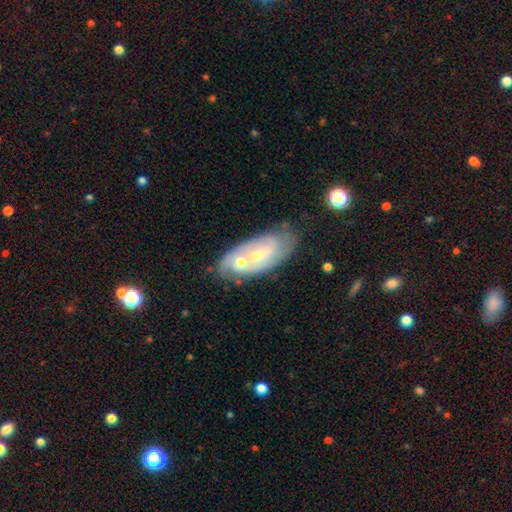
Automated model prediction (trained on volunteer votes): The model was most divided on "bulge size": small: 52%, moderate: 43%, none: 2%, large: 2%, dominant: 1%. Remaining: edge-on disk — no (92%); spiral arms — yes (82%); smooth or featured — featured or disk (69%); spiral arm count — 2 (51%); bar — no (51%); merging — none (49%); spiral winding — tight (49%).